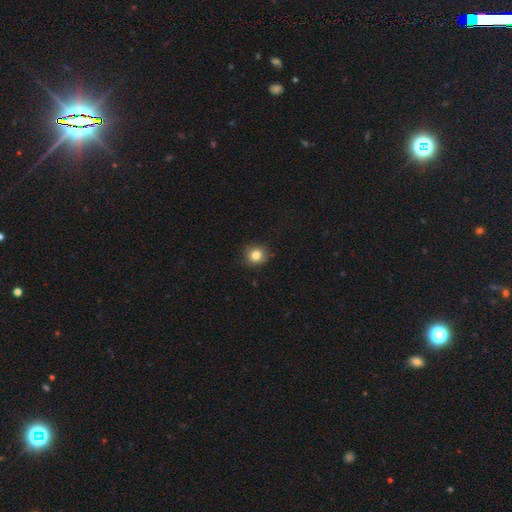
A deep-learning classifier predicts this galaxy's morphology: Overall: smooth (83%). How rounded: round (87%). Merging: none (85%).